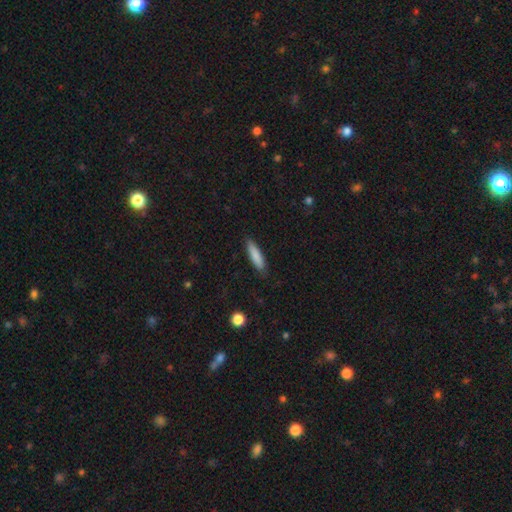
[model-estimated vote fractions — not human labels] This is clearly a smooth galaxy (85%). How rounded: likely cigar-shaped (72%). Merging: clearly none (86%).